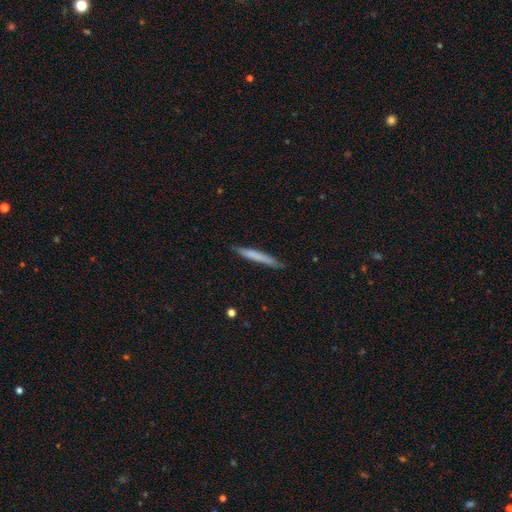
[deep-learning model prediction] Smooth or featured?
  - smooth: 66% *
  - featured or disk: 29%
  - star or artifact: 6%
How rounded?
  - cigar-shaped: 96% *
  - in between: 3%
  - round: 1%
Merging?
  - none: 83% *
  - minor disturbance: 13%
  - major disturbance: 2%
  - merger: 1%